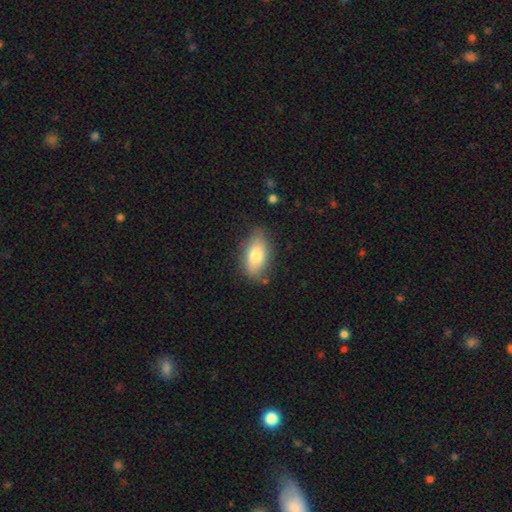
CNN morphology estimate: Overall: smooth (77%). How rounded: in between (90%). Merging: none (78%).